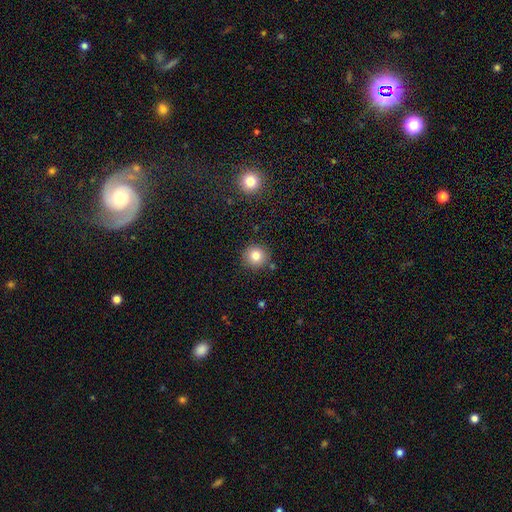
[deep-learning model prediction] The model was most divided on "smooth or featured": smooth: 82%, star or artifact: 11%, featured or disk: 7%. More confident: how rounded — round (93%); merging — none (87%).